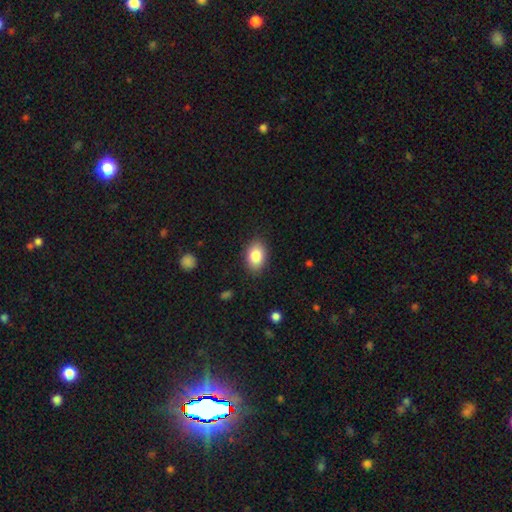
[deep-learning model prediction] Smooth or featured? Predicted: smooth (p=0.84). How rounded? Predicted: in between (p=0.85). Merging? Predicted: none (p=0.86).